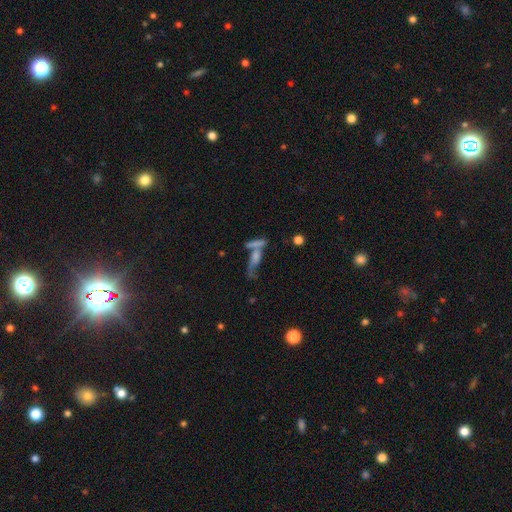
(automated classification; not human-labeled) Smooth or featured? smooth (44%)
Merging? merger (46%)